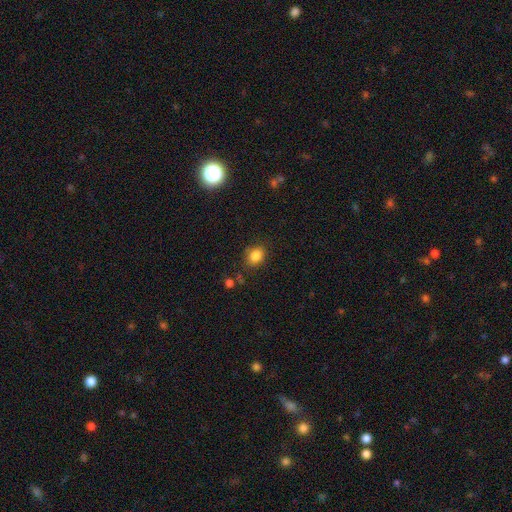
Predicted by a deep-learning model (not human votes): A smooth galaxy with no disk features (84%) that is in between round and cigar-shaped (50%). Merging: none (80%).